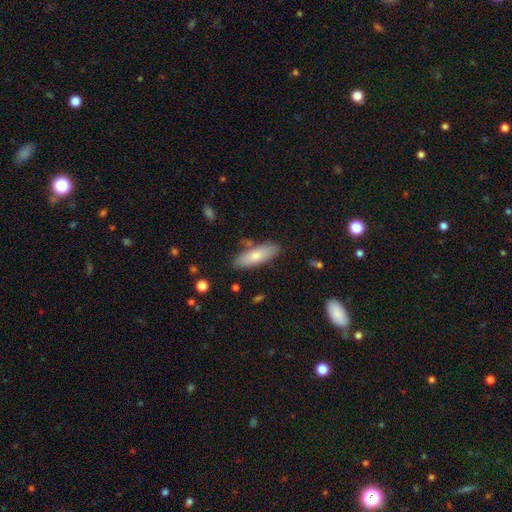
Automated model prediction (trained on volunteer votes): Q: Smooth or featured?
A: smooth (73%); runner-up: featured or disk (21%)
Q: How rounded?
A: in between (59%); runner-up: cigar-shaped (39%)
Q: Merging?
A: none (80%); runner-up: minor disturbance (13%)